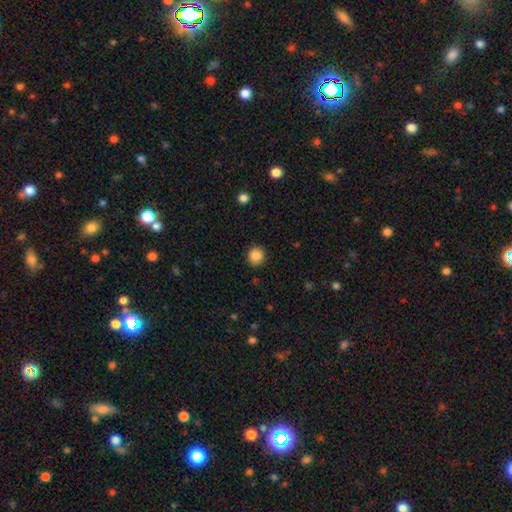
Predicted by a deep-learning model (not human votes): Smooth or featured: smooth — 85% (star or artifact — 10%)
How rounded: round — 85% (in between — 14%)
Merging: none — 91% (minor disturbance — 6%)